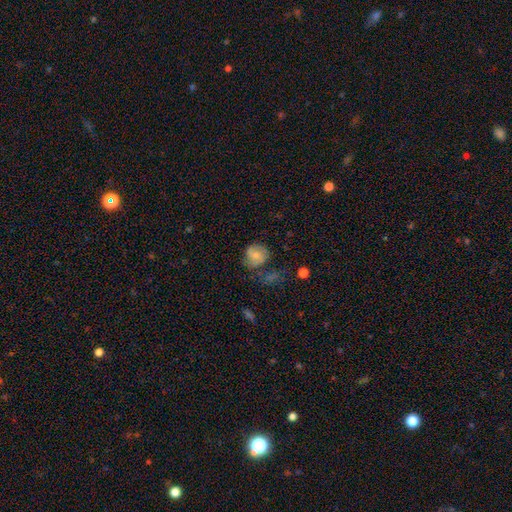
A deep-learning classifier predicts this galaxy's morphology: The model was most divided on "merging": none: 59%, minor disturbance: 26%, major disturbance: 11%, merger: 4%. More confident: how rounded — round (79%); smooth or featured — smooth (65%).